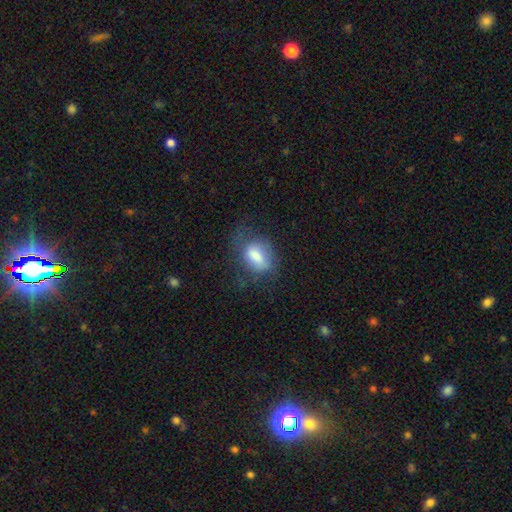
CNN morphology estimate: This is likely a smooth galaxy (70%). How rounded: likely in between (80%). Merging: possibly none (49%).